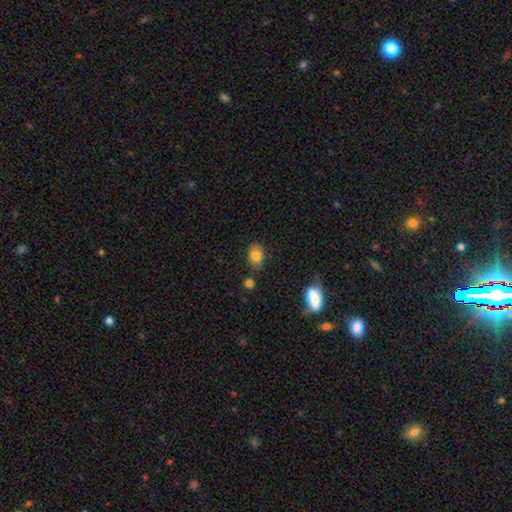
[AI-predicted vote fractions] Smooth or featured? smooth (81%)
How rounded? in between (80%)
Merging? none (78%)